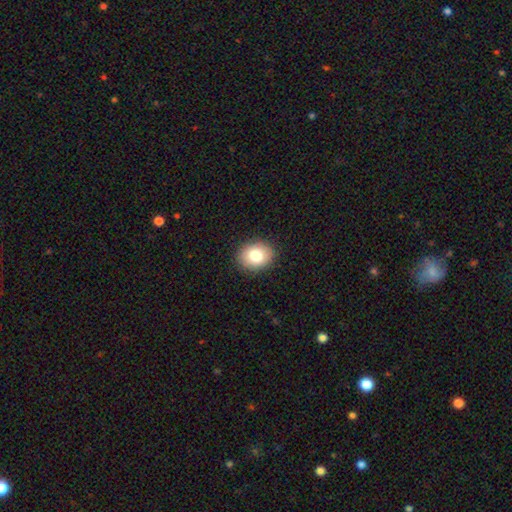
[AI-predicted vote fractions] This is clearly a smooth galaxy (82%). How rounded: possibly in between (55%). Merging: clearly none (89%).